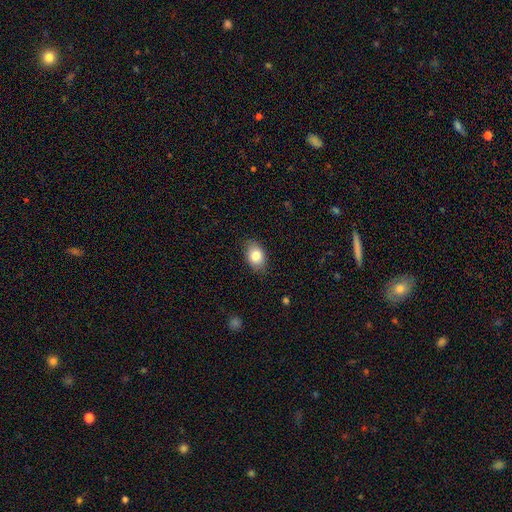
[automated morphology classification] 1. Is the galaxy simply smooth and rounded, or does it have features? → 82% smooth, 10% featured or disk, 8% star or artifact.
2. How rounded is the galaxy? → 80% in between, 19% round, 1% cigar-shaped.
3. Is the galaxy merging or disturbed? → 83% none, 14% minor disturbance, 3% major disturbance, 1% merger.